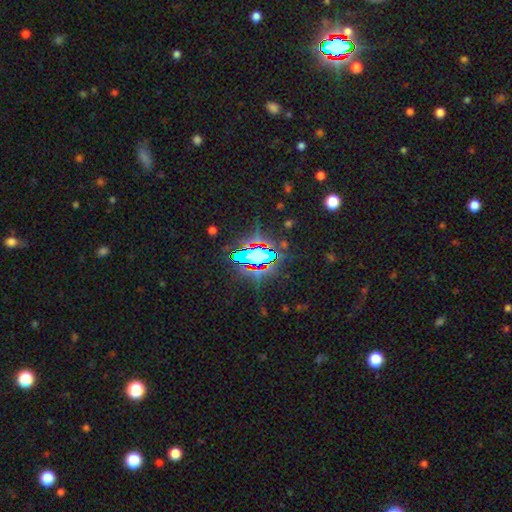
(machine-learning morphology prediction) star or artifact 72%, smooth 16%, featured or disk 12%.